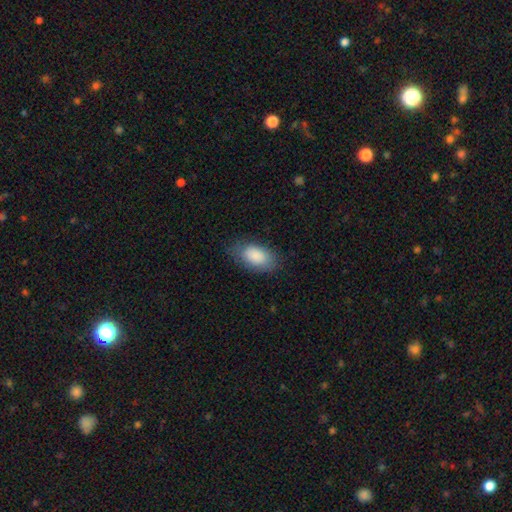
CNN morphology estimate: Q: Smooth or featured?
A: smooth (87%); runner-up: featured or disk (7%)
Q: How rounded?
A: in between (94%); runner-up: round (4%)
Q: Merging?
A: none (76%); runner-up: minor disturbance (17%)